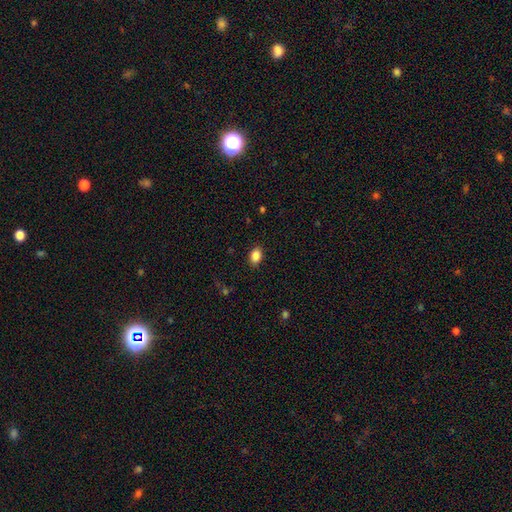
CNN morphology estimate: Smooth or featured: smooth — 87% (star or artifact — 9%)
How rounded: in between — 81% (round — 18%)
Merging: none — 88% (minor disturbance — 9%)